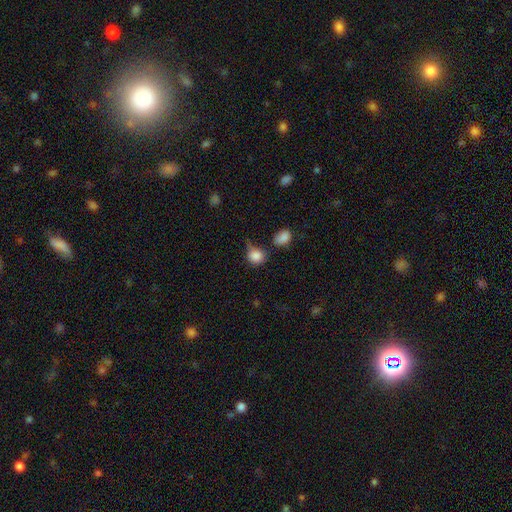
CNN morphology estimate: Overall: smooth (84%). How rounded: round (75%). Merging: none (44%; minor disturbance 29%).